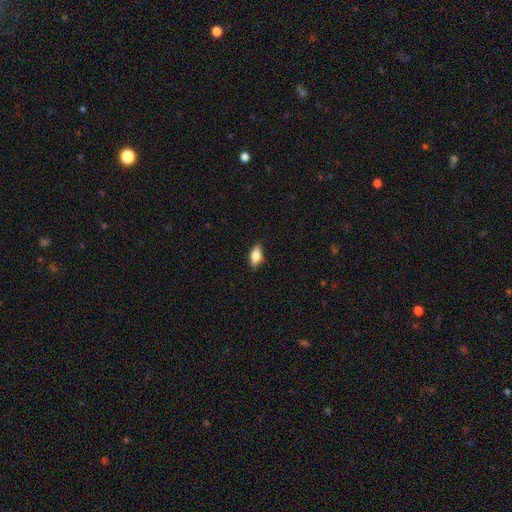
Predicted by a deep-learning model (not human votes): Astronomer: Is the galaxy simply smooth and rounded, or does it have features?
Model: smooth — 79%.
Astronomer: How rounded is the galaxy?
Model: in between — 86%.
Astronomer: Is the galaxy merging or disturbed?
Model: none — 83%.